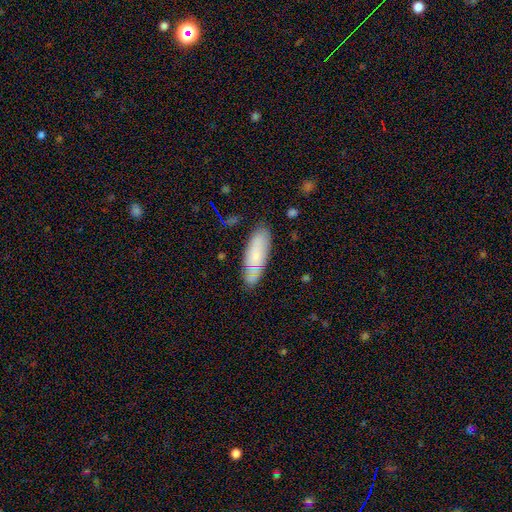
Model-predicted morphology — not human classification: Smooth or featured? smooth (71%)
How rounded? in between (58%)
Merging? none (73%)